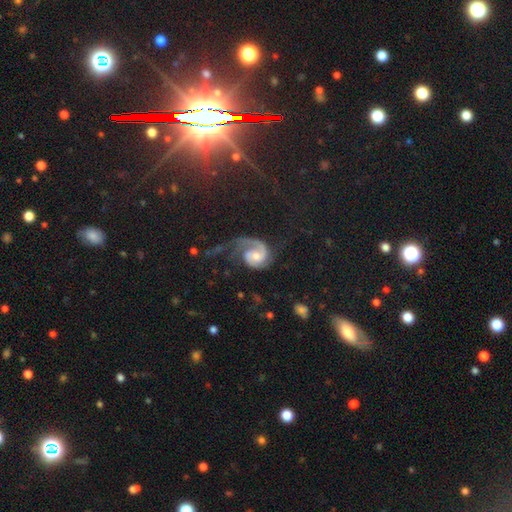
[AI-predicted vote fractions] This appears to be a featured or disk galaxy (85%) with no bar (59%), 2 (59%) medium (46%) spiral arms (97%) and a moderate central bulge (59%). Merging: none (45%).